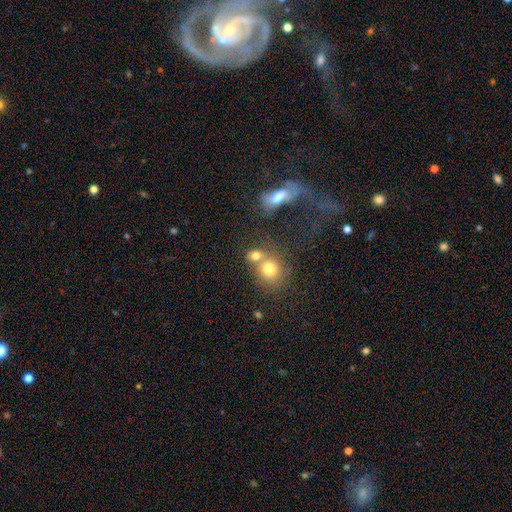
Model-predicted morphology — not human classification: Overall: smooth (74%). How rounded: round (65%; in between 33%). Merging: merger (48%; none 39%).